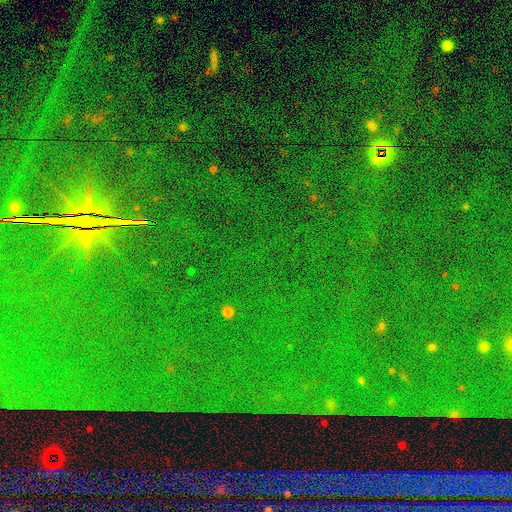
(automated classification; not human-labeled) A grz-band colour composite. It shows a star or artifact, not a galaxy (87%).